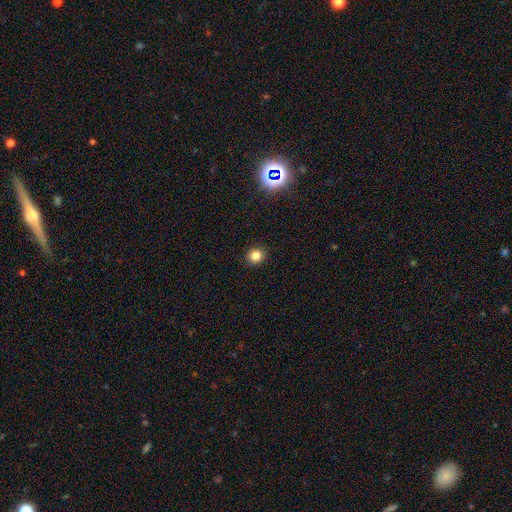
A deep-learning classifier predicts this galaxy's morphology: A smooth galaxy with no disk features (82%) that is round (90%). Merging: none (92%).